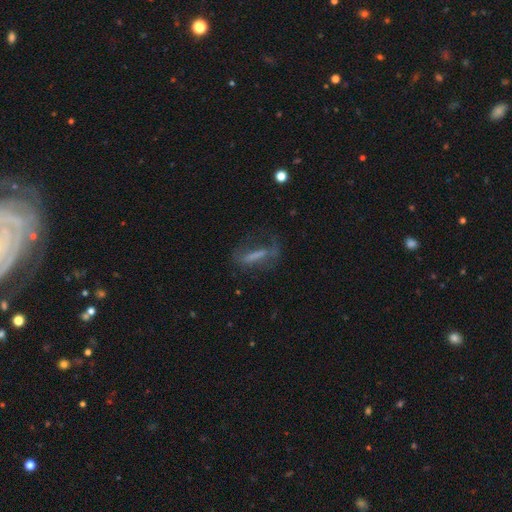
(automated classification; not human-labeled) Smooth or featured? Predicted: featured or disk (p=0.44). Merging? Predicted: none (p=0.47).